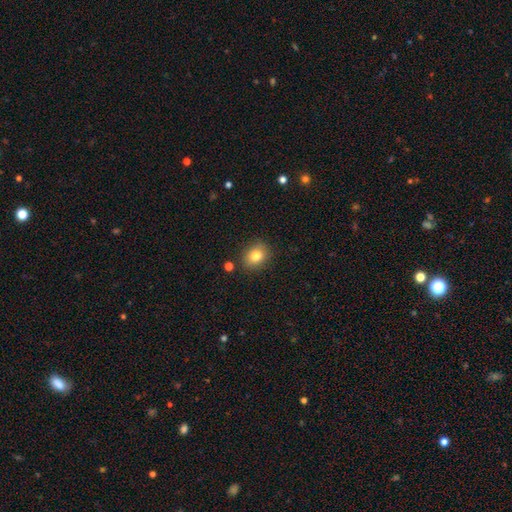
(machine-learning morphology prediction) This is clearly a smooth galaxy (81%). How rounded: possibly round (60%). Merging: clearly none (86%).